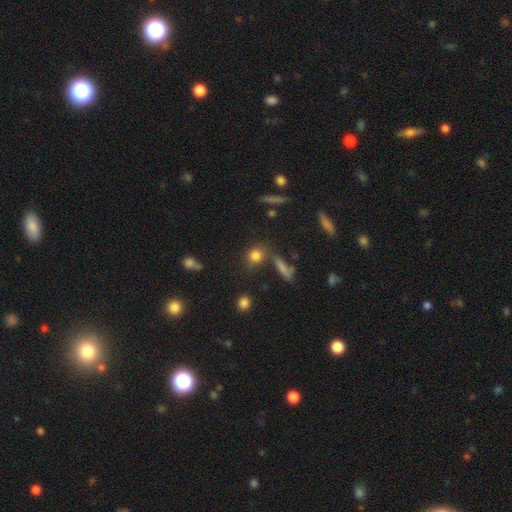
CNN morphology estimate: The model was most divided on "how rounded": round: 72%, in between: 23%, cigar-shaped: 5%. More confident: smooth or featured — smooth (79%); merging — none (66%).